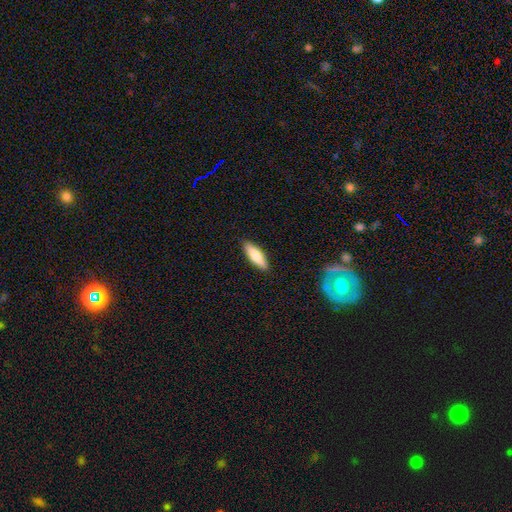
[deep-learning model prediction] Overall: smooth (79%). How rounded: cigar-shaped (50%; in between 48%). Merging: none (89%).